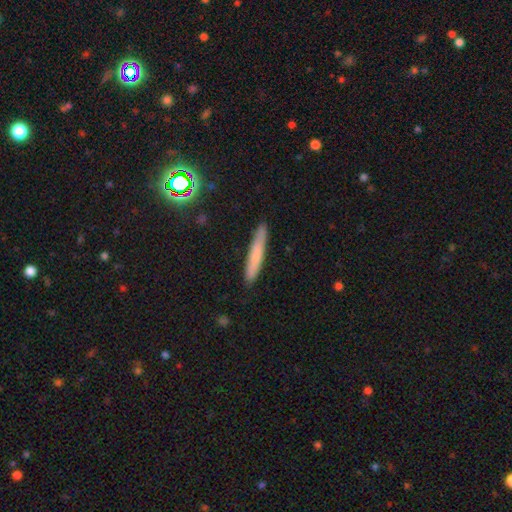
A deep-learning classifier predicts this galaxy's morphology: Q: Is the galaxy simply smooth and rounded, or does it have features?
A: smooth — 68%.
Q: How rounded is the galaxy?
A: cigar-shaped — 94%.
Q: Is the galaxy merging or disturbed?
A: none — 89%.